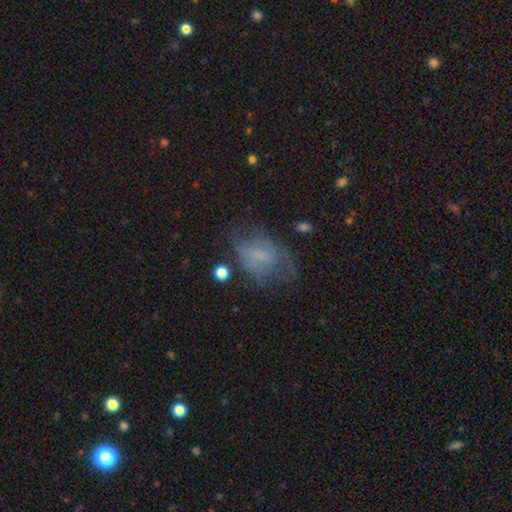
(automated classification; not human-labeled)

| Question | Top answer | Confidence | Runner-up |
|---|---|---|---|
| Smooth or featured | smooth | 48% | featured or disk (36%) |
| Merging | none | 42% | major disturbance (29%) |